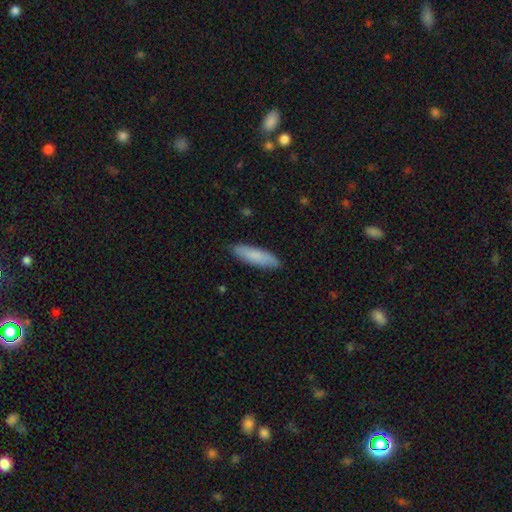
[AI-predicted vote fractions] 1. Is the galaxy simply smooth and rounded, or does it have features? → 82% smooth, 12% featured or disk, 6% star or artifact.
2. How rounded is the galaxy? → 68% cigar-shaped, 31% in between, 1% round.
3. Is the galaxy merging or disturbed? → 87% none, 10% minor disturbance, 2% major disturbance, 1% merger.